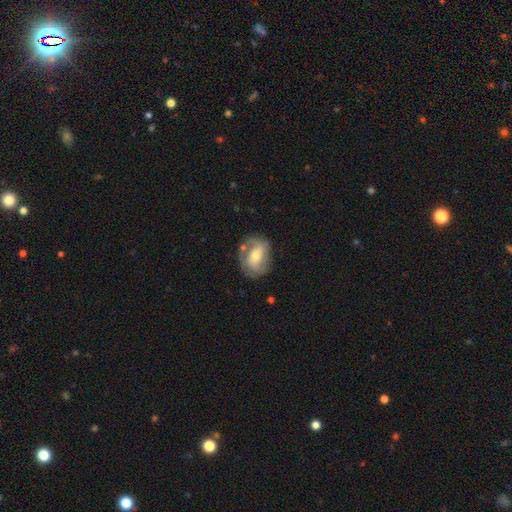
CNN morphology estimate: A featured or disk galaxy (57%) with no bar (45%), spiral arms (68%) and a moderate central bulge (63%). Merging: none (66%).